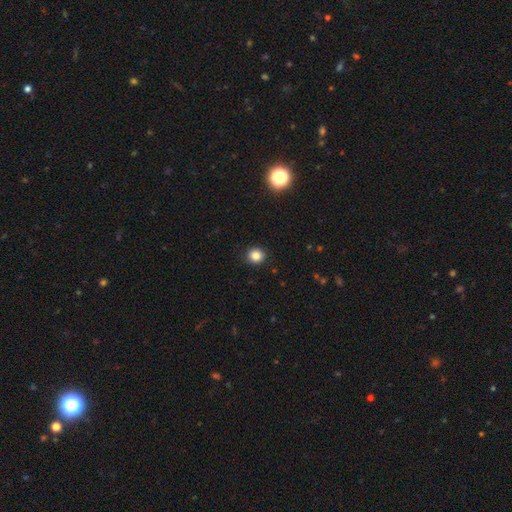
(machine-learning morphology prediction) A smooth galaxy with no disk features (84%) that is round (91%).

Vote fractions:
- Smooth or featured? smooth: 84% / star or artifact: 12% / featured or disk: 4%
- How rounded? round: 91% / in between: 8% / cigar-shaped: 1%
- Merging? none: 92% / minor disturbance: 6% / major disturbance: 2% / merger: 1%